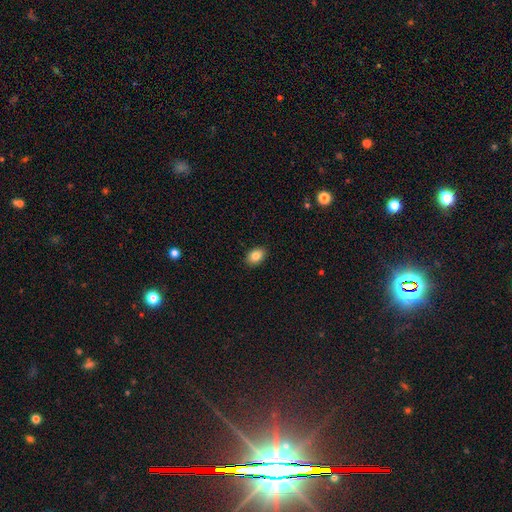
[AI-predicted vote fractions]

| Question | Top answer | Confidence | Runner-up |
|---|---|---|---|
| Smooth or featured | smooth | 84% | star or artifact (9%) |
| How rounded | in between | 79% | round (20%) |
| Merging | none | 89% | minor disturbance (8%) |